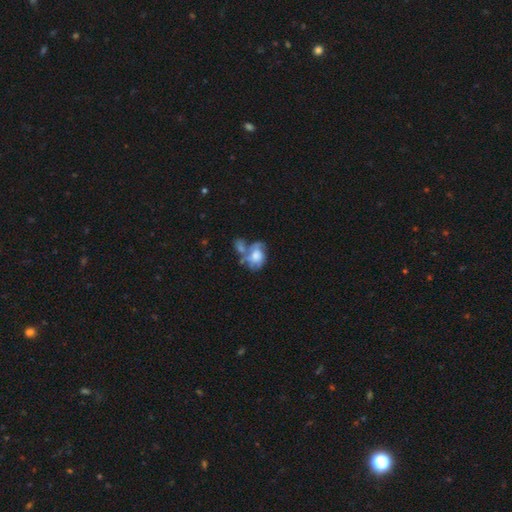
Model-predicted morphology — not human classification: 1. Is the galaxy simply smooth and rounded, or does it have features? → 54% featured or disk, 38% smooth, 8% star or artifact.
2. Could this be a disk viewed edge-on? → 97% no, 3% yes.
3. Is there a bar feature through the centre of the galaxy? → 79% no, 17% weak, 3% strong.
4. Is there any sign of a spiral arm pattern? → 62% yes, 38% no.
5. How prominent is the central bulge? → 39% moderate, 31% large, 14% small, 11% none, 4% dominant.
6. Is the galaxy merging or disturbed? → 42% merger, 22% none, 20% major disturbance, 16% minor disturbance.